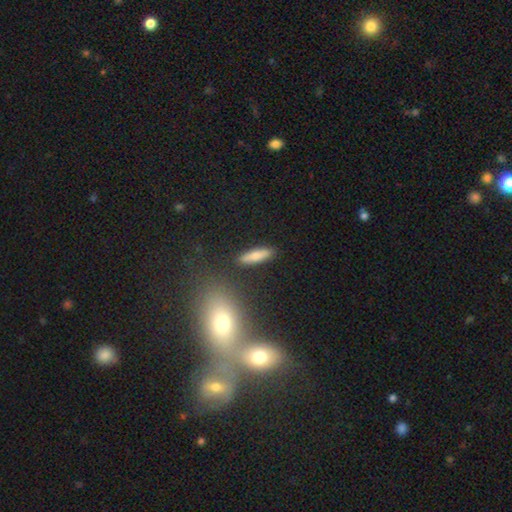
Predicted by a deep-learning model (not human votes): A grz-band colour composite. It shows a smooth galaxy with no disk features (80%) that is cigar-shaped (67%). Merging: none (87%).